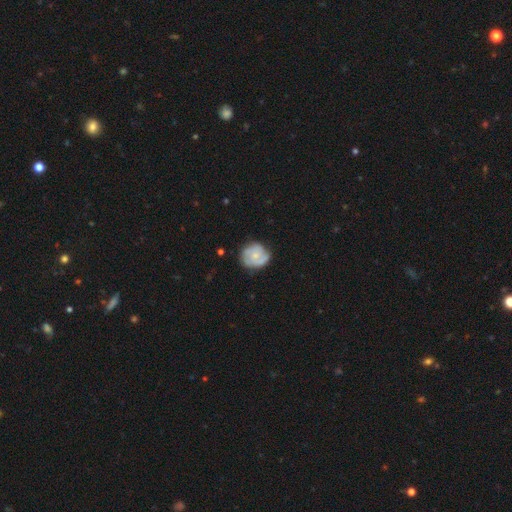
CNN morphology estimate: Smooth or featured: featured or disk — 58% (smooth — 36%)
Edge-on disk: no — 98% (yes — 2%)
Bar: no — 76% (weak — 21%)
Spiral arms: yes — 85% (no — 15%)
Bulge size: small — 60% (moderate — 29%)
Merging: none — 69% (minor disturbance — 23%)